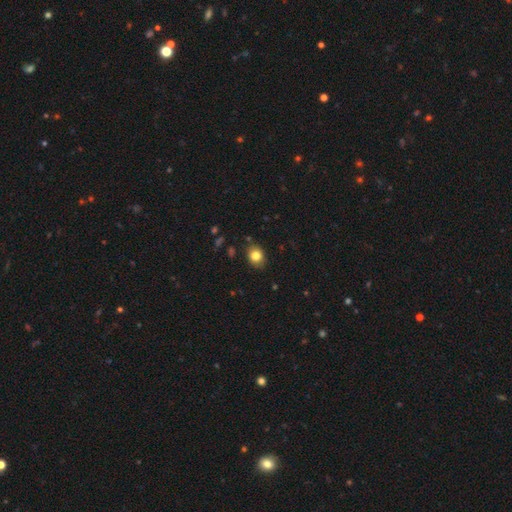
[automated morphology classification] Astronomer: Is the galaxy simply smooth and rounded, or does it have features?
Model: smooth — 82%.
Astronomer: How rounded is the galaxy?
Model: round — 51% (runner-up: in between, 48%).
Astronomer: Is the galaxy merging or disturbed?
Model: none — 85%.